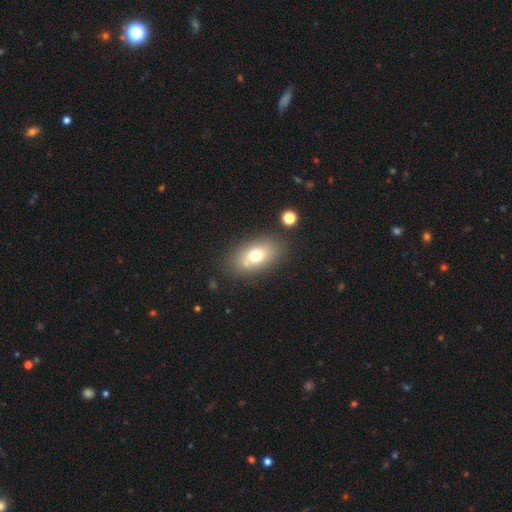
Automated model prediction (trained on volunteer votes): A smooth galaxy with no disk features (70%) that is in between round and cigar-shaped (85%). Merging: none (73%).